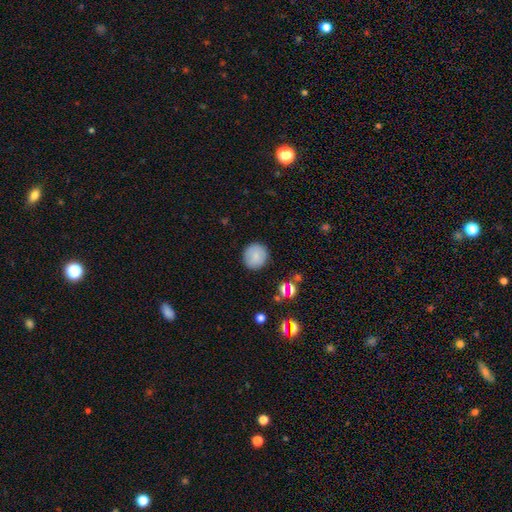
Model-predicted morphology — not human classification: Overall: smooth (82%). How rounded: round (93%). Merging: none (89%).